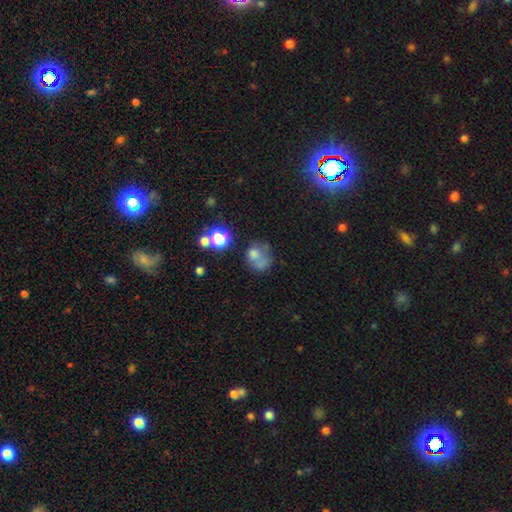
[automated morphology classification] Smooth or featured? Predicted: smooth (p=0.60). How rounded? Predicted: round (p=0.69). Merging? Predicted: none (p=0.36).